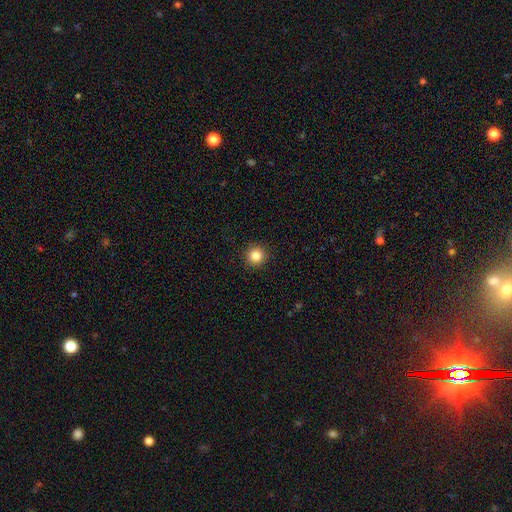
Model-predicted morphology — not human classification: This is clearly a smooth galaxy (83%). How rounded: clearly round (95%). Merging: clearly none (92%).